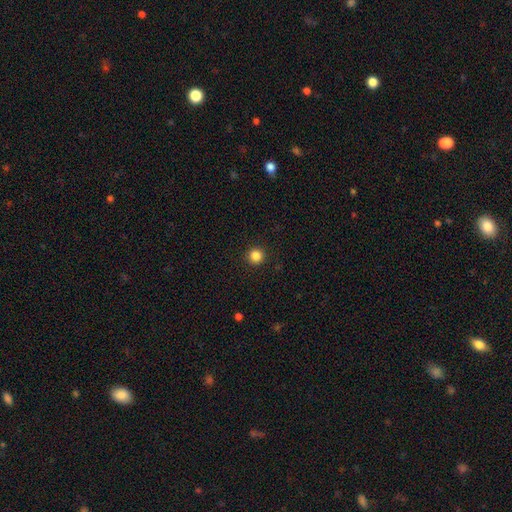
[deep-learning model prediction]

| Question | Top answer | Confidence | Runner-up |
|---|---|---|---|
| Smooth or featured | smooth | 86% | star or artifact (11%) |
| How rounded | round | 95% | in between (4%) |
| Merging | none | 93% | minor disturbance (4%) |